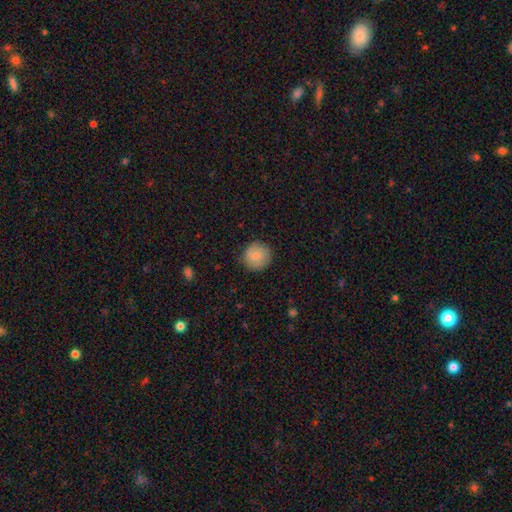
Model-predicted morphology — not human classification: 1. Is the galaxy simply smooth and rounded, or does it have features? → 86% smooth, 7% star or artifact, 7% featured or disk.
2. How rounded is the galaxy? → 93% round, 6% in between, 1% cigar-shaped.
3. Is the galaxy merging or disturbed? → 87% none, 10% minor disturbance, 2% major disturbance, 1% merger.